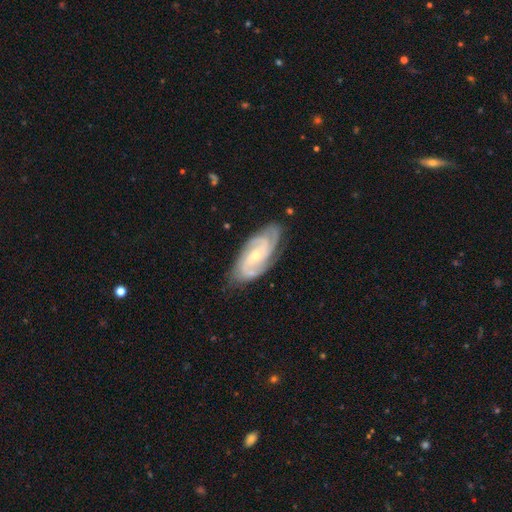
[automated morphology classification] smooth_or_featured: featured or disk (p=0.87) [alt: smooth p=0.08]
disk_edge_on: no (p=0.95) [alt: yes p=0.05]
bar: no (p=0.57) [alt: weak p=0.34]
has_spiral_arms: yes (p=0.98) [alt: no p=0.02]
spiral_winding: tight (p=0.57) [alt: medium p=0.37]
spiral_arm_count: 3 (p=0.38) [alt: 2 p=0.30]
bulge_size: small (p=0.64) [alt: moderate p=0.32]
merging: none (p=0.79) [alt: minor disturbance p=0.16]